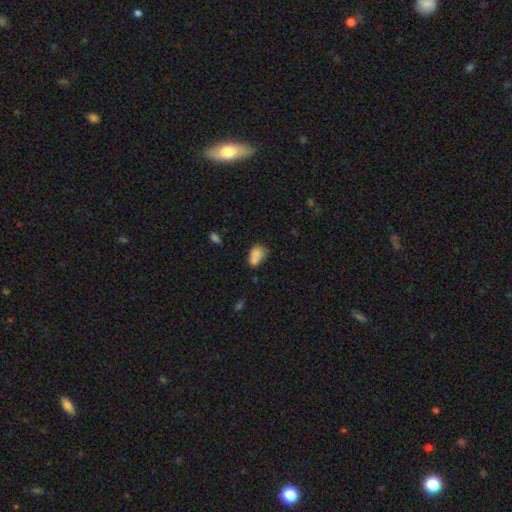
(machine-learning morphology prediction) smooth-or-featured: smooth: 77% | featured or disk: 12% | star or artifact: 10%
  how-rounded: in between: 77% | round: 22% | cigar-shaped: 2%
  merging: none: 37% | merger: 31% | minor disturbance: 23% | major disturbance: 10%